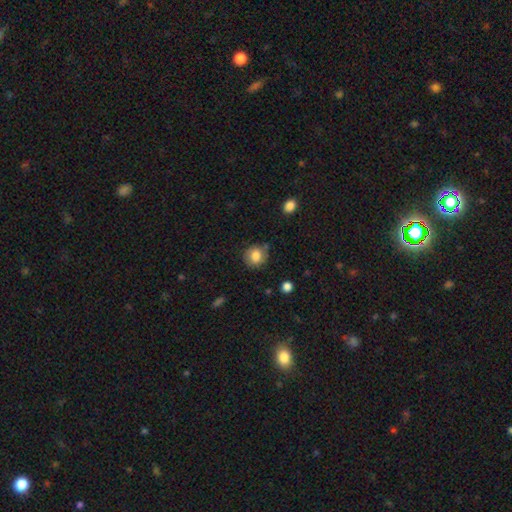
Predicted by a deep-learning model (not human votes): Smooth or featured?
  - smooth: 81% *
  - featured or disk: 10%
  - star or artifact: 9%
How rounded?
  - round: 81% *
  - in between: 18%
  - cigar-shaped: 1%
Merging?
  - none: 76% *
  - minor disturbance: 17%
  - major disturbance: 4%
  - merger: 3%